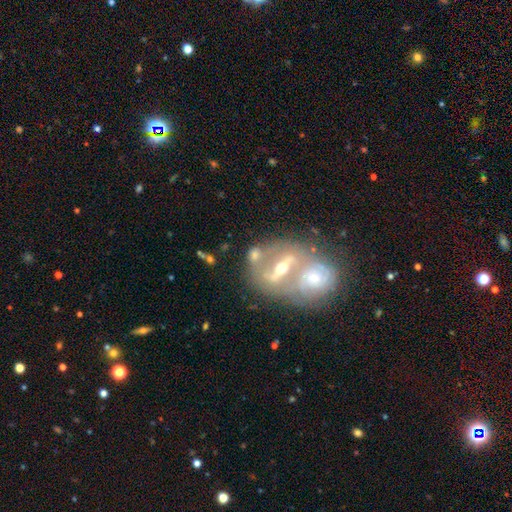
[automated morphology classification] Smooth or featured? featured or disk (77%)
Edge-on disk? no (87%)
Bar? strong (57%)
Spiral arms? yes (60%)
Bulge size? moderate (59%)
Merging? merger (60%)